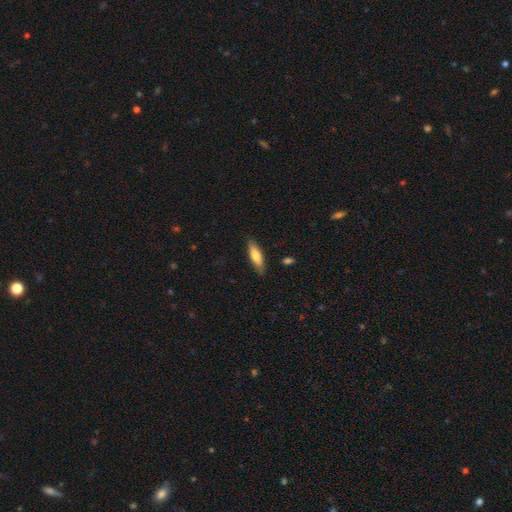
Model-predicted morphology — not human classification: Q: Smooth or featured?
A: smooth (73%); runner-up: featured or disk (21%)
Q: How rounded?
A: cigar-shaped (52%); runner-up: in between (47%)
Q: Merging?
A: none (81%); runner-up: minor disturbance (15%)